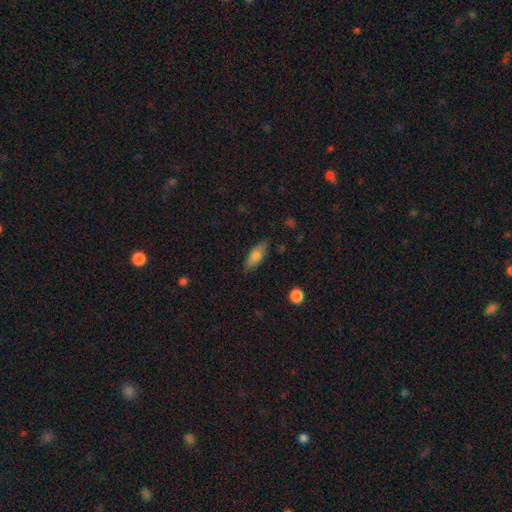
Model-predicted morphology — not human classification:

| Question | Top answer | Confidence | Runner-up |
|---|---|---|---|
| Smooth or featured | smooth | 72% | featured or disk (21%) |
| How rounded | in between | 78% | cigar-shaped (19%) |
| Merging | none | 81% | minor disturbance (15%) |